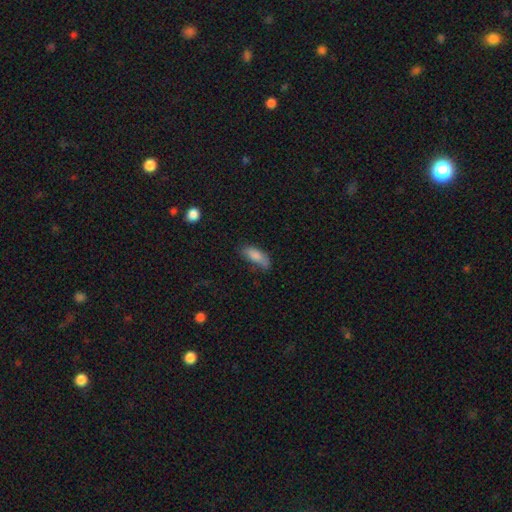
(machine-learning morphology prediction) smooth_or_featured: smooth (p=0.82) [alt: featured or disk p=0.10]
how_rounded: in between (p=0.77) [alt: cigar-shaped p=0.21]
merging: none (p=0.55) [alt: minor disturbance p=0.31]